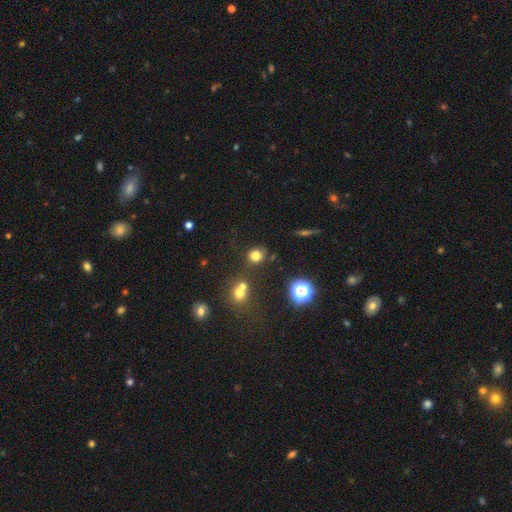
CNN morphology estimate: Smooth or featured? Predicted: smooth (p=0.74). How rounded? Predicted: round (p=0.81). Merging? Predicted: none (p=0.74).